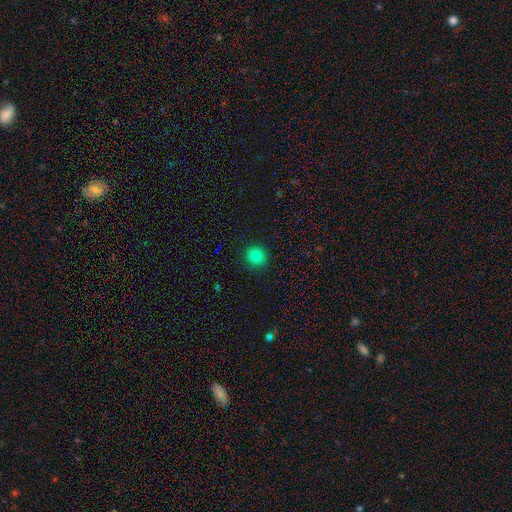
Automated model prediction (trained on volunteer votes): Smooth or featured?
  - smooth: 82% *
  - star or artifact: 14%
  - featured or disk: 4%
How rounded?
  - round: 91% *
  - in between: 8%
  - cigar-shaped: 1%
Merging?
  - none: 91% *
  - minor disturbance: 6%
  - major disturbance: 2%
  - merger: 1%